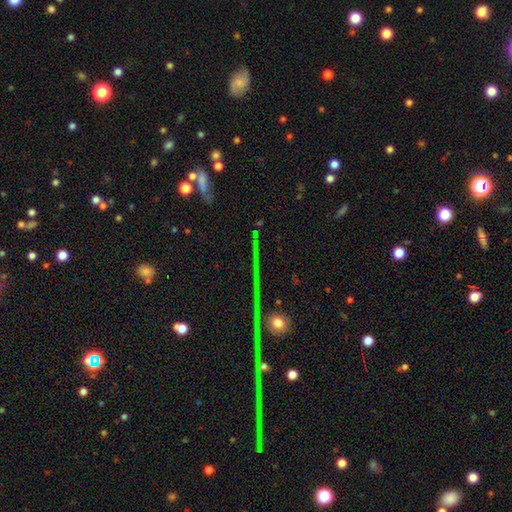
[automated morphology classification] The model was most divided on "smooth or featured": star or artifact: 65%, featured or disk: 21%, smooth: 14%.